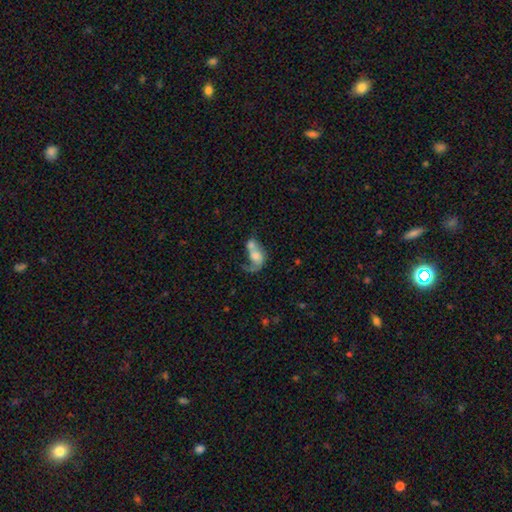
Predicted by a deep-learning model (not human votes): Smooth or featured?
  - featured or disk: 48% *
  - smooth: 43%
  - star or artifact: 9%
Merging?
  - merger: 54% *
  - major disturbance: 22%
  - none: 15%
  - minor disturbance: 9%